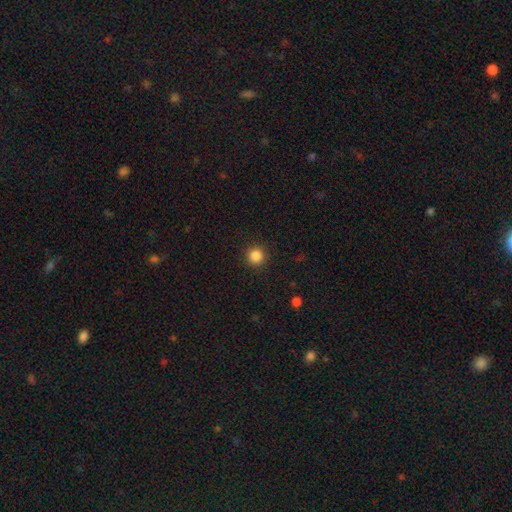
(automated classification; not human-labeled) Q: Smooth or featured?
A: smooth (86%); runner-up: star or artifact (11%)
Q: How rounded?
A: round (95%); runner-up: in between (4%)
Q: Merging?
A: none (92%); runner-up: minor disturbance (5%)